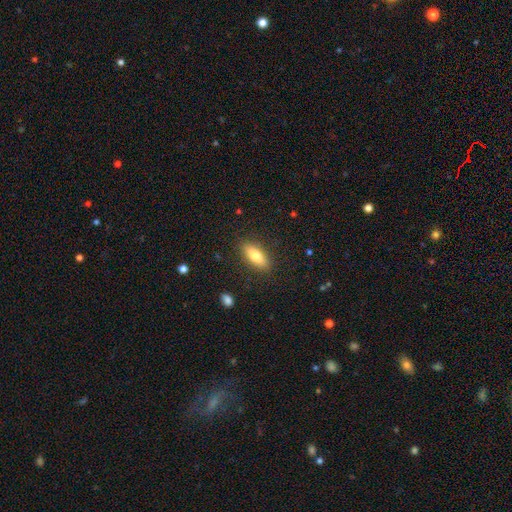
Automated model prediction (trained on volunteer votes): Smooth or featured: smooth — 74% (featured or disk — 19%)
How rounded: in between — 75% (cigar-shaped — 22%)
Merging: none — 87% (minor disturbance — 9%)